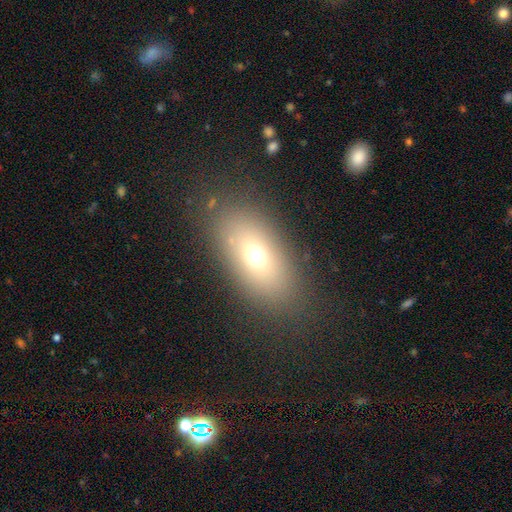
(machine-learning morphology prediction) Smooth or featured? Predicted: smooth (p=0.68). How rounded? Predicted: in between (p=0.85). Merging? Predicted: none (p=0.83).